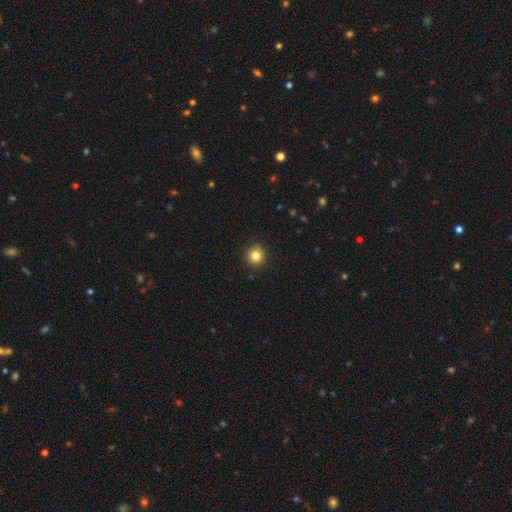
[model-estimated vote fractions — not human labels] A smooth galaxy with no disk features (83%) that is round (93%).

Vote fractions:
- Smooth or featured? smooth: 83% / star or artifact: 11% / featured or disk: 5%
- How rounded? round: 93% / in between: 6% / cigar-shaped: 1%
- Merging? none: 89% / minor disturbance: 8% / major disturbance: 2% / merger: 1%